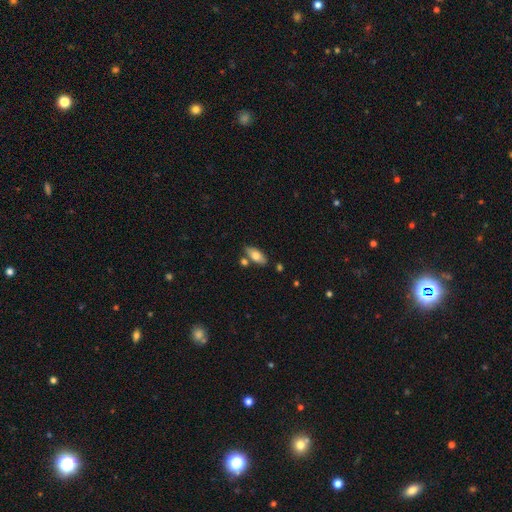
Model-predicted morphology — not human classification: Q: Smooth or featured?
A: smooth (71%); runner-up: featured or disk (23%)
Q: How rounded?
A: in between (83%); runner-up: cigar-shaped (15%)
Q: Merging?
A: none (74%); runner-up: minor disturbance (13%)